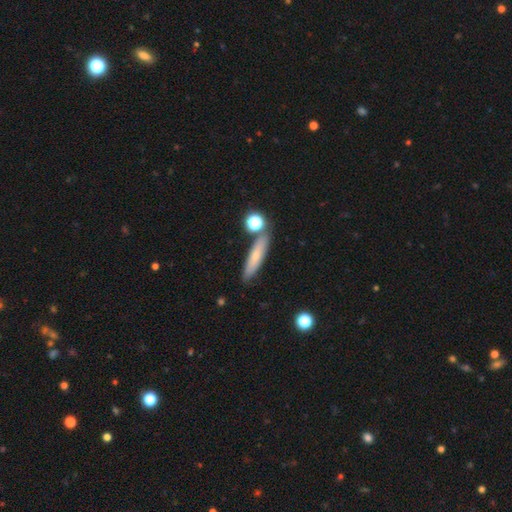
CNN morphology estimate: smooth-or-featured: smooth: 67% | featured or disk: 25% | star or artifact: 8%
  how-rounded: cigar-shaped: 79% | in between: 18% | round: 3%
  merging: none: 77% | minor disturbance: 12% | merger: 8% | major disturbance: 3%